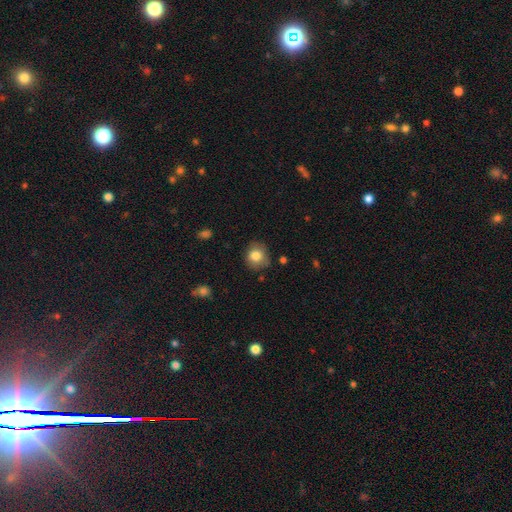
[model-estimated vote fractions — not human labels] Morphology: type=smooth (80%); roundness=round (80%); merging=none (79%).